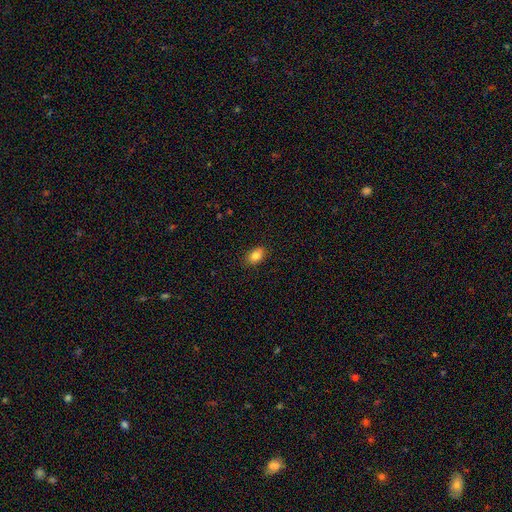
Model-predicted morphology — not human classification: smooth 83%, star or artifact 9%, featured or disk 9%. Down the decision tree: how rounded — in between (86%); merging — none (87%).